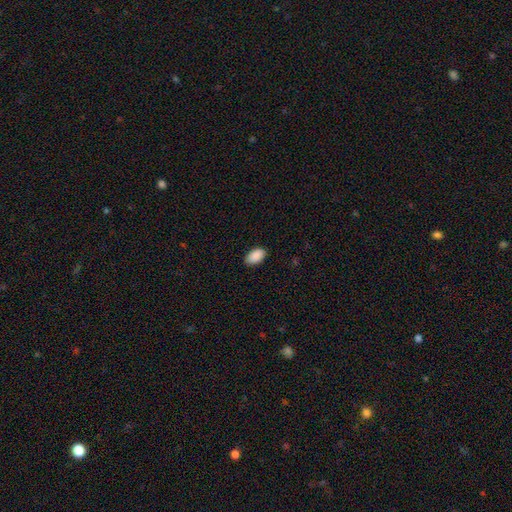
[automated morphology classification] Smooth or featured? smooth (91%)
How rounded? in between (95%)
Merging? none (86%)